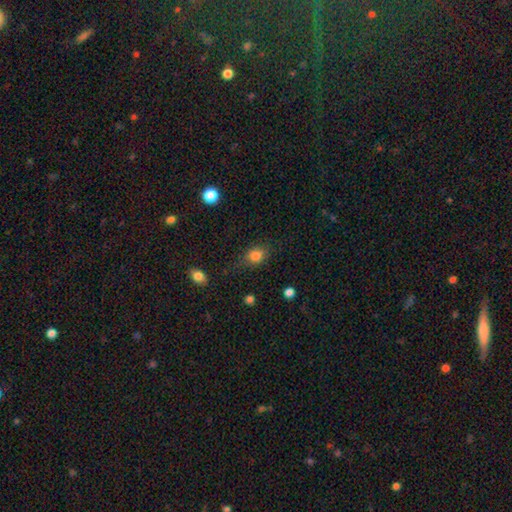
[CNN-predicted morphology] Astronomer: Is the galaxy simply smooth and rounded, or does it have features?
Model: smooth — 82%.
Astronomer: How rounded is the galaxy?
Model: in between — 56% (runner-up: round, 42%).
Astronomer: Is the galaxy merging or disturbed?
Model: none — 69%.